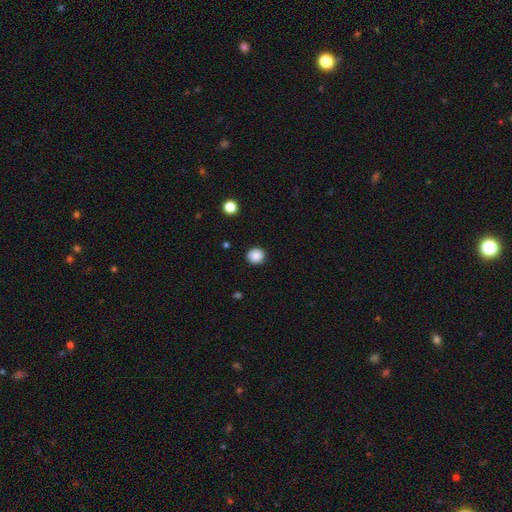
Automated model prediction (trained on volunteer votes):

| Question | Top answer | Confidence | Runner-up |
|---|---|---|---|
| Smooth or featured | smooth | 88% | star or artifact (9%) |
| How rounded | round | 87% | in between (12%) |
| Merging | none | 90% | minor disturbance (7%) |